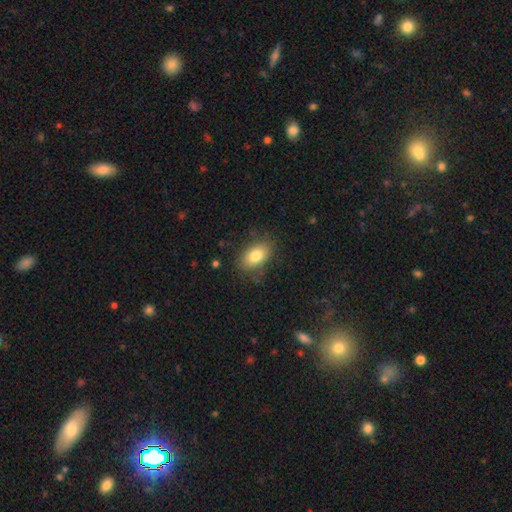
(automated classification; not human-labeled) Q: Smooth or featured?
A: smooth (81%); runner-up: featured or disk (11%)
Q: How rounded?
A: in between (88%); runner-up: round (10%)
Q: Merging?
A: none (79%); runner-up: minor disturbance (15%)